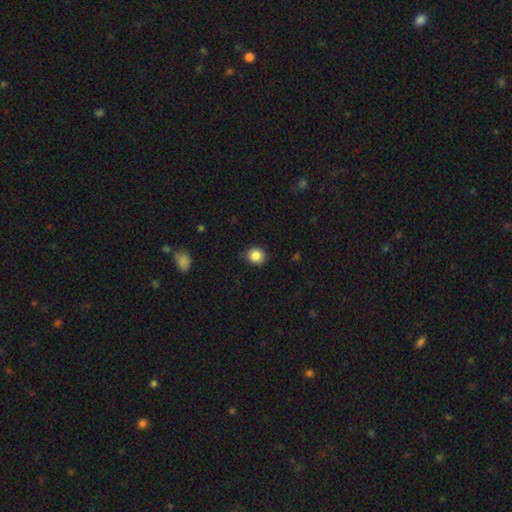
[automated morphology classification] This appears to be a smooth galaxy with no disk features (85%) that is round (84%). Merging: none (81%).